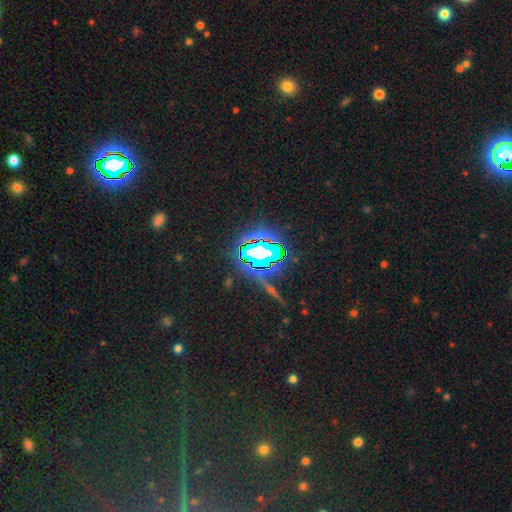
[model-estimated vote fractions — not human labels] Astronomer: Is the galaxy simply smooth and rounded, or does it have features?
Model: star or artifact — 76%.